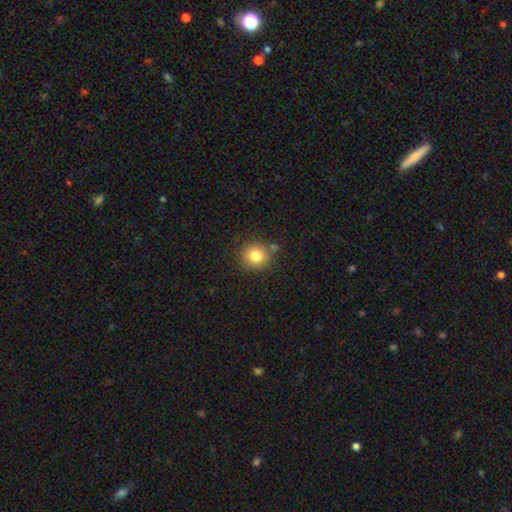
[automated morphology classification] Q: Smooth or featured?
A: smooth (81%); runner-up: star or artifact (11%)
Q: How rounded?
A: round (88%); runner-up: in between (11%)
Q: Merging?
A: none (78%); runner-up: minor disturbance (12%)